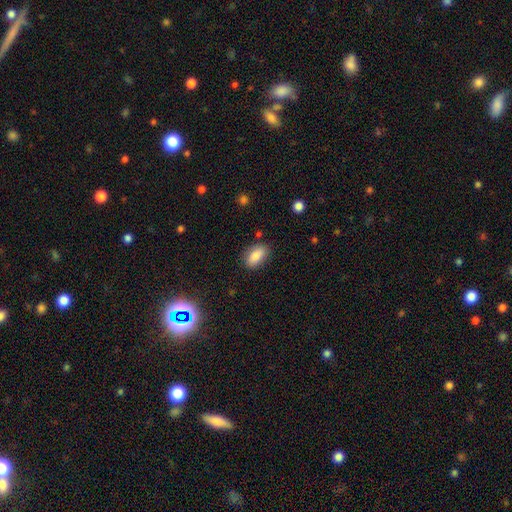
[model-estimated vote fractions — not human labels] smooth-or-featured: smooth: 85% | star or artifact: 8% | featured or disk: 7%
  how-rounded: in between: 89% | cigar-shaped: 6% | round: 5%
  merging: none: 83% | minor disturbance: 12% | major disturbance: 3% | merger: 2%